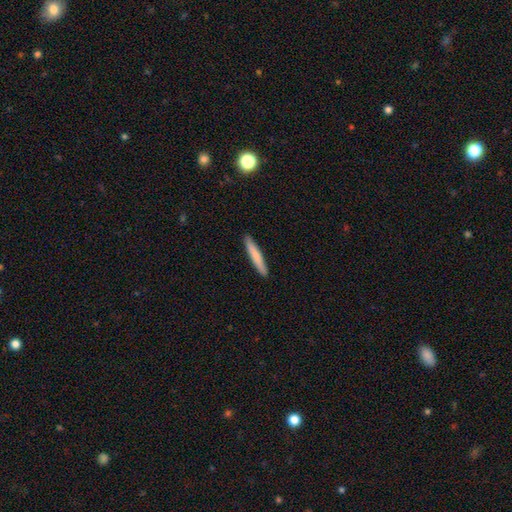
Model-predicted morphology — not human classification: smooth-or-featured: smooth: 77% | featured or disk: 18% | star or artifact: 5%
  how-rounded: cigar-shaped: 95% | in between: 4% | round: 1%
  merging: none: 92% | minor disturbance: 6% | major disturbance: 1% | merger: 1%